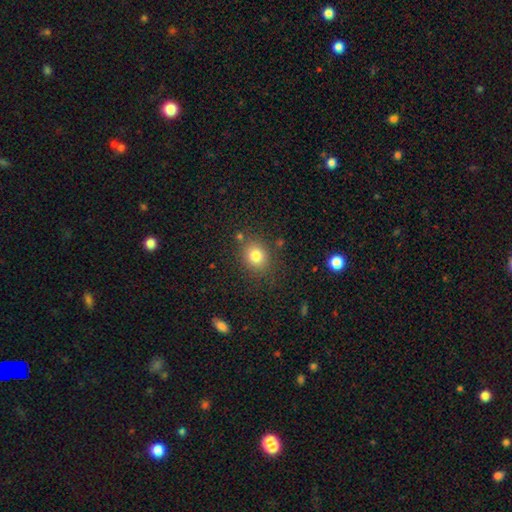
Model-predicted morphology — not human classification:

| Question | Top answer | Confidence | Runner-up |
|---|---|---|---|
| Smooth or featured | smooth | 80% | star or artifact (12%) |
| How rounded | round | 66% | in between (33%) |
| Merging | none | 81% | minor disturbance (11%) |